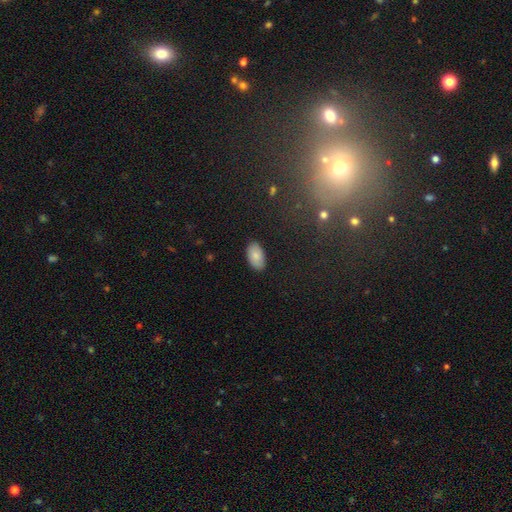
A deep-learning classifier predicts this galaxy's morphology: Smooth or featured?
  - smooth: 82% *
  - featured or disk: 11%
  - star or artifact: 8%
How rounded?
  - in between: 95% *
  - round: 4%
  - cigar-shaped: 1%
Merging?
  - none: 87% *
  - minor disturbance: 10%
  - major disturbance: 2%
  - merger: 1%